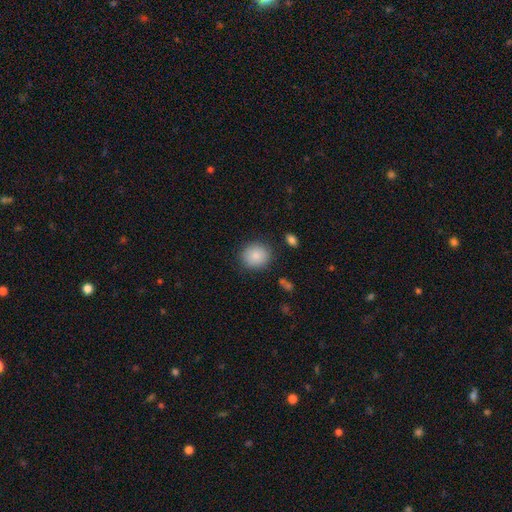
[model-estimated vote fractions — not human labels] Morphology: type=smooth (86%); roundness=round (83%); merging=none (86%).